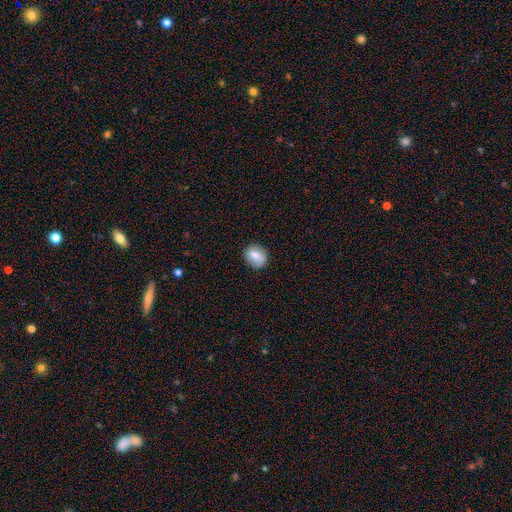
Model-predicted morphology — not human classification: A smooth galaxy with no disk features (73%) that is round (71%). Merging: none (85%).